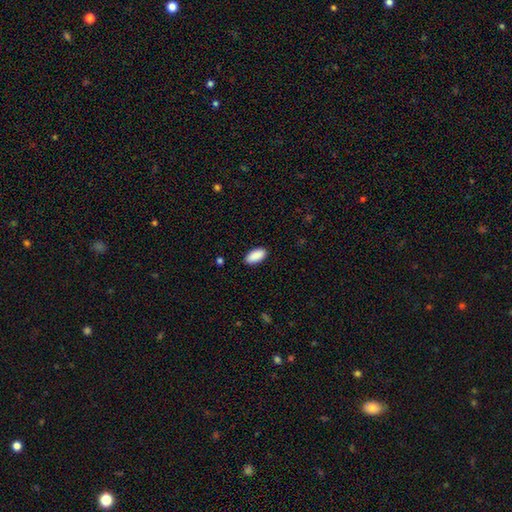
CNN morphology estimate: Smooth or featured: smooth — 91% (star or artifact — 6%)
How rounded: in between — 93% (cigar-shaped — 5%)
Merging: none — 89% (minor disturbance — 8%)